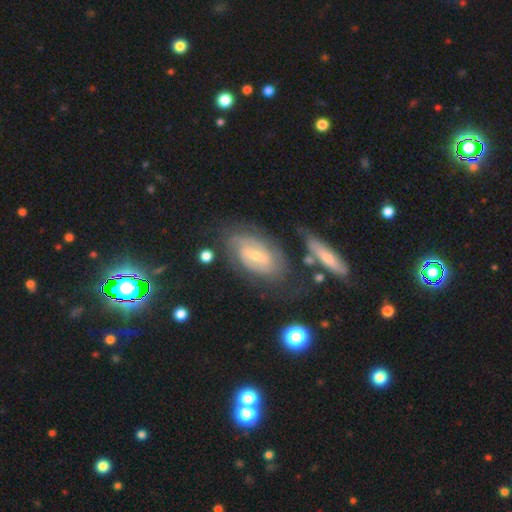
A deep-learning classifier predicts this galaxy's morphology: Smooth or featured? Predicted: featured or disk (p=0.78). Edge-on disk? Predicted: no (p=0.93). Bar? Predicted: weak (p=0.47). Spiral arms? Predicted: yes (p=0.89). Spiral winding? Predicted: tight (p=0.58). Spiral arm count? Predicted: 2 (p=0.42). Bulge size? Predicted: small (p=0.54). Merging? Predicted: none (p=0.63).